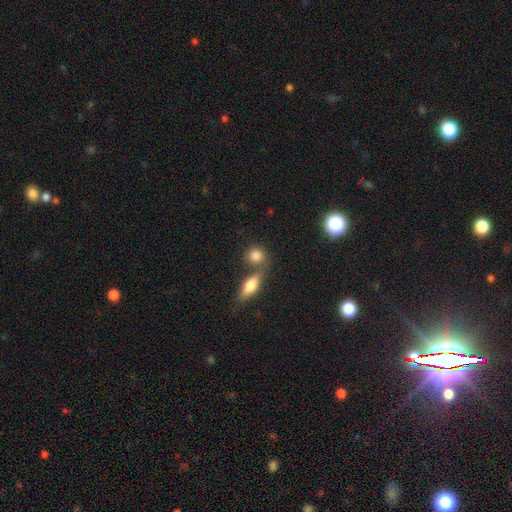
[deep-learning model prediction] This appears to be a smooth galaxy with no disk features (81%) that is round (71%). Merging: none (57%).